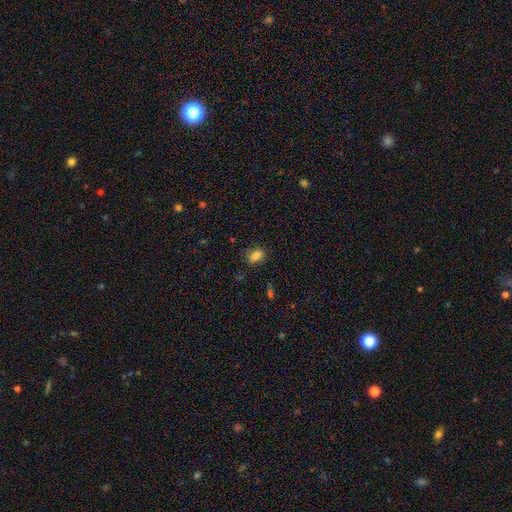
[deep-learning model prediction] The model was most divided on "merging": none: 79%, minor disturbance: 15%, major disturbance: 4%, merger: 2%. More confident: smooth or featured — smooth (83%); how rounded — in between (81%).